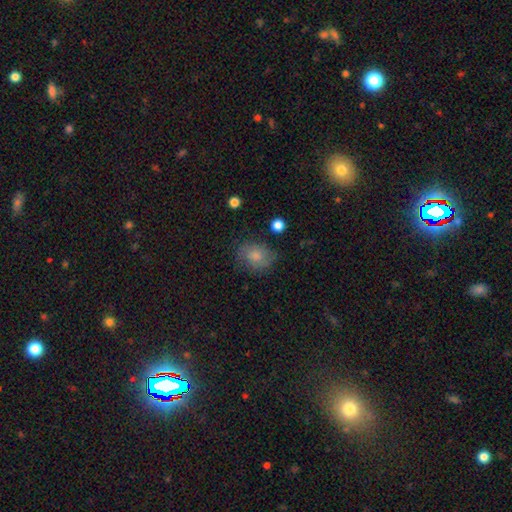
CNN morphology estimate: type=smooth (73%); roundness=in between (53%); merging=none (69%).